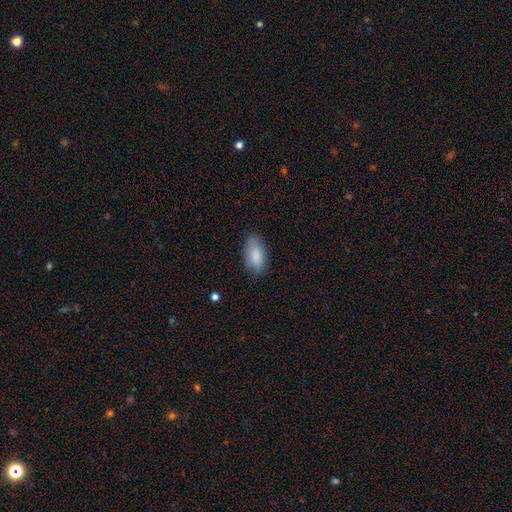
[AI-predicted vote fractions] Overall: smooth (85%). How rounded: in between (92%). Merging: none (77%).